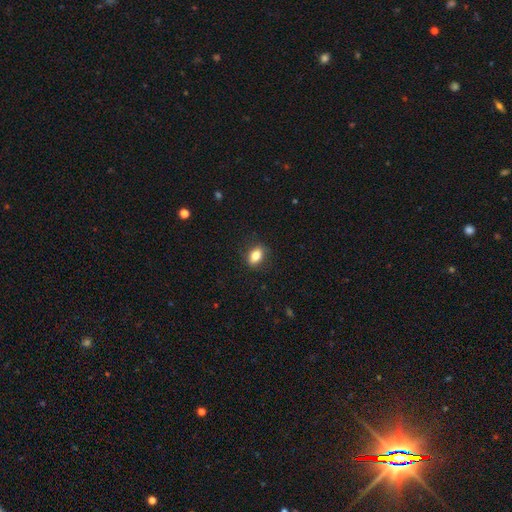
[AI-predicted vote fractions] This appears to be a smooth galaxy with no disk features (82%) that is in between round and cigar-shaped (83%). Merging: none (85%).